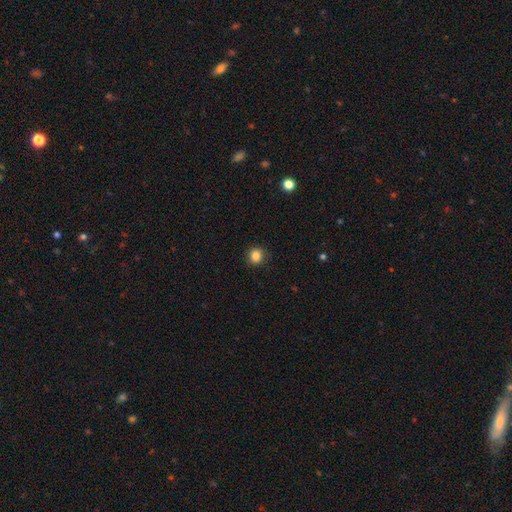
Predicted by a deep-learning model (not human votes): This is clearly a smooth galaxy (85%). How rounded: clearly round (87%). Merging: clearly none (89%).